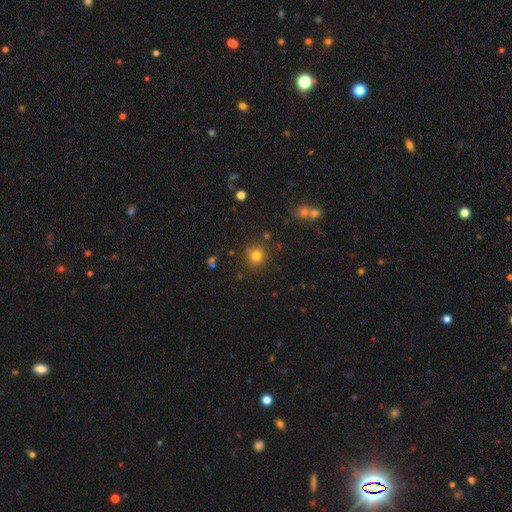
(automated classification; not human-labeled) Smooth or featured?
  - smooth: 78% *
  - star or artifact: 15%
  - featured or disk: 7%
How rounded?
  - round: 89% *
  - in between: 10%
  - cigar-shaped: 1%
Merging?
  - none: 81% *
  - minor disturbance: 11%
  - merger: 5%
  - major disturbance: 3%